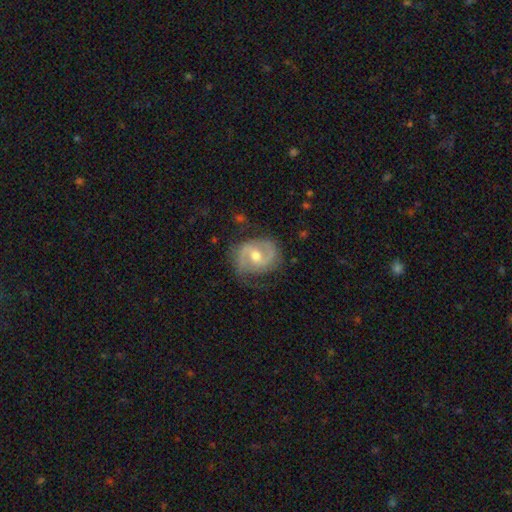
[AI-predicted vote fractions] Q: Smooth or featured?
A: featured or disk (83%); runner-up: smooth (12%)
Q: Edge-on disk?
A: no (98%); runner-up: yes (2%)
Q: Bar?
A: weak (51%); runner-up: no (33%)
Q: Spiral arms?
A: yes (94%); runner-up: no (6%)
Q: Spiral winding?
A: medium (50%); runner-up: tight (31%)
Q: Spiral arm count?
A: 2 (87%); runner-up: can't tell (6%)
Q: Bulge size?
A: moderate (71%); runner-up: small (23%)
Q: Merging?
A: none (72%); runner-up: minor disturbance (20%)